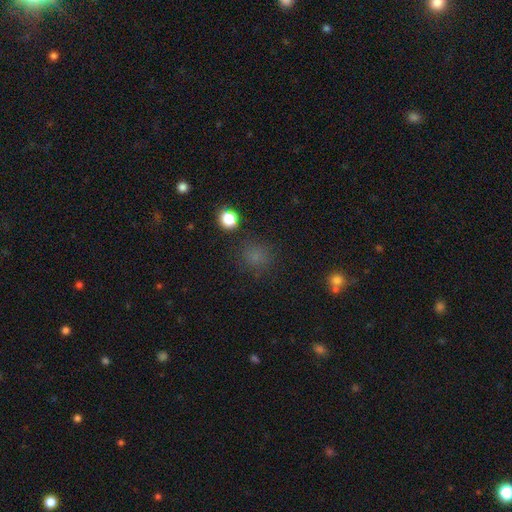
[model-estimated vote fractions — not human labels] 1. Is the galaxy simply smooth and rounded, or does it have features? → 70% smooth, 24% star or artifact, 6% featured or disk.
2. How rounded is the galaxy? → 88% round, 11% in between, 1% cigar-shaped.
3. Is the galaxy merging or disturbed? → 82% none, 11% minor disturbance, 4% major disturbance, 3% merger.